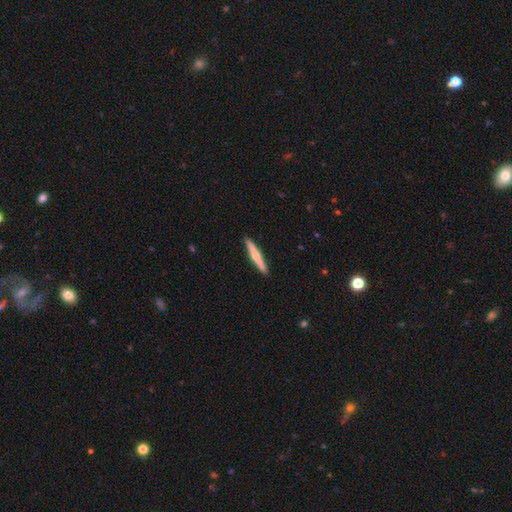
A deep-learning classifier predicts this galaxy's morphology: The model was most divided on "smooth or featured": featured or disk: 52%, smooth: 43%, star or artifact: 5%. More confident: edge-on disk — yes (97%); merging — none (92%).